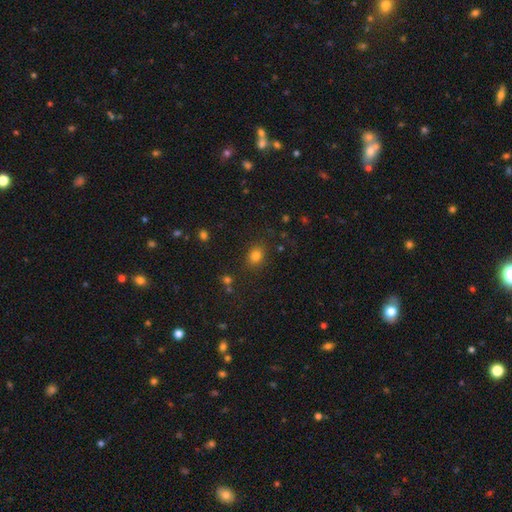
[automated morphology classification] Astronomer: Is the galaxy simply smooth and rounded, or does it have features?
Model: smooth — 80%.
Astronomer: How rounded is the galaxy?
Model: round — 52% (runner-up: in between, 47%).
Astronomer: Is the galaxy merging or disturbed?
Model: none — 82%.